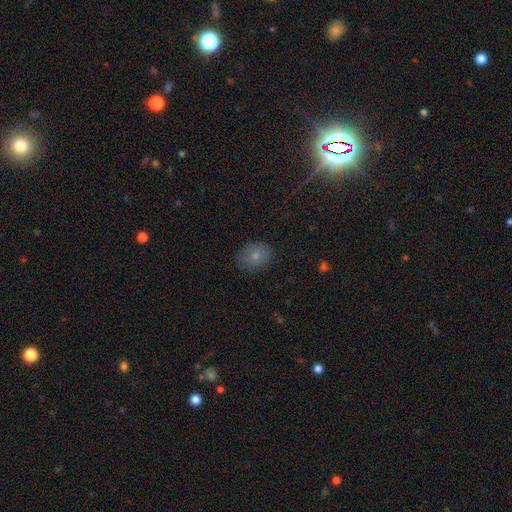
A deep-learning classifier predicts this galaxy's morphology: Q: Smooth or featured?
A: smooth (75%); runner-up: featured or disk (14%)
Q: How rounded?
A: round (53%); runner-up: in between (46%)
Q: Merging?
A: none (82%); runner-up: minor disturbance (14%)